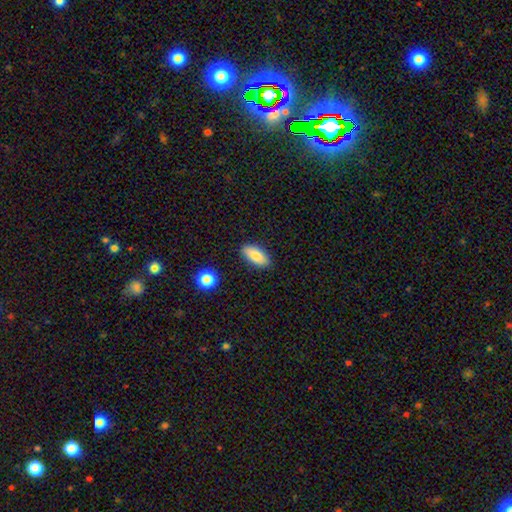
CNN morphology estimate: smooth_or_featured: smooth (p=0.84) [alt: featured or disk p=0.09]
how_rounded: in between (p=0.87) [alt: cigar-shaped p=0.11]
merging: none (p=0.87) [alt: minor disturbance p=0.09]